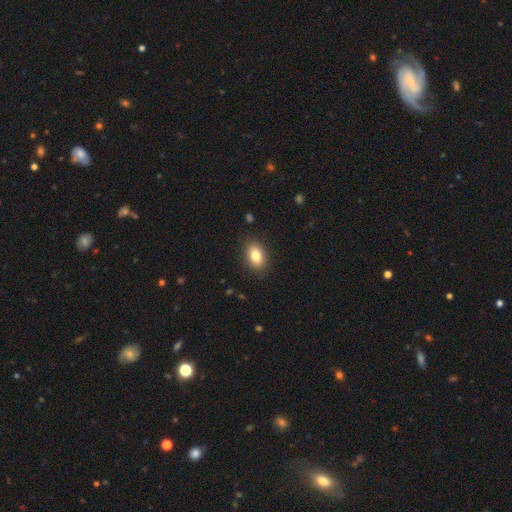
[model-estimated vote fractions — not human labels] The model was most divided on "smooth or featured": smooth: 82%, featured or disk: 10%, star or artifact: 8%. More confident: merging — none (88%); how rounded — in between (87%).